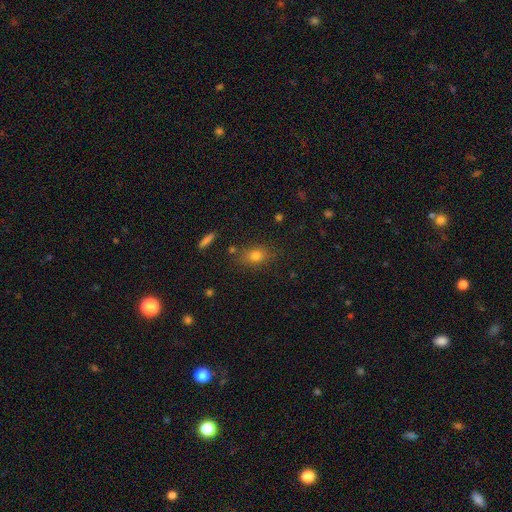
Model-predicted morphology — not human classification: A smooth galaxy with no disk features (77%) that is in between round and cigar-shaped (62%). Merging: none (79%).